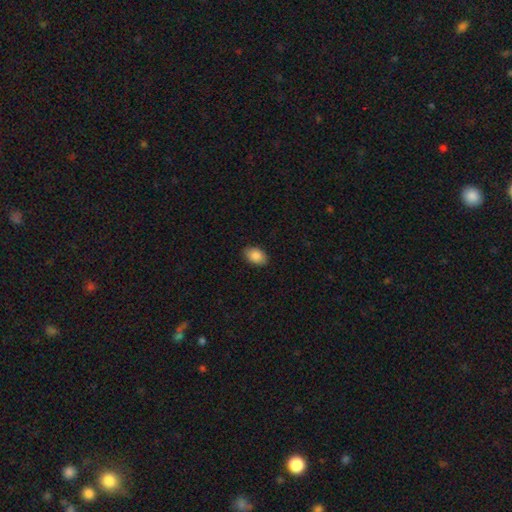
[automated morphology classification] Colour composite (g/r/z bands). It shows a smooth galaxy with no disk features (88%) that is in between round and cigar-shaped (89%). Merging: none (89%).